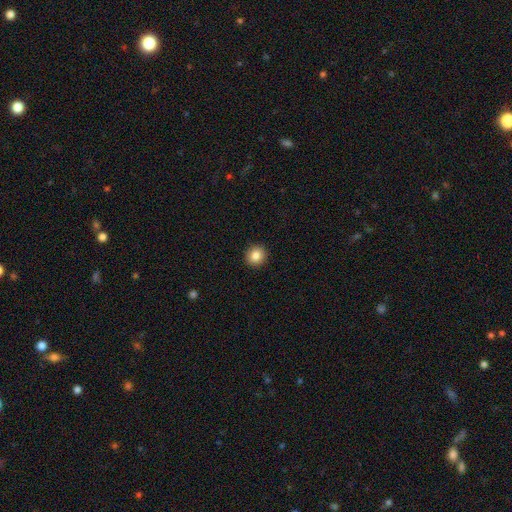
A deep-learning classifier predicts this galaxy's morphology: This appears to be a smooth galaxy with no disk features (85%) that is round (91%). Merging: none (92%).